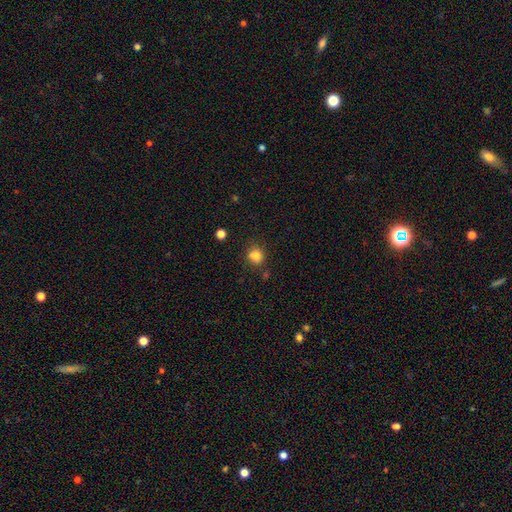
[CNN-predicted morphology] smooth-or-featured: smooth: 81% | star or artifact: 13% | featured or disk: 6%
  how-rounded: round: 82% | in between: 17% | cigar-shaped: 1%
  merging: none: 74% | minor disturbance: 14% | merger: 8% | major disturbance: 4%